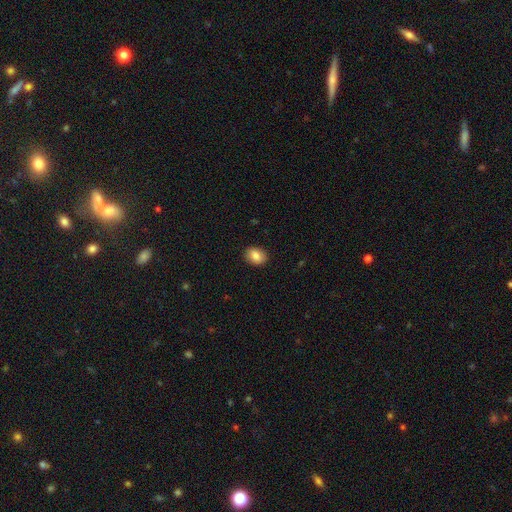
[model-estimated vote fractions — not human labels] Overall: smooth (86%). How rounded: in between (65%; round 34%). Merging: none (89%).